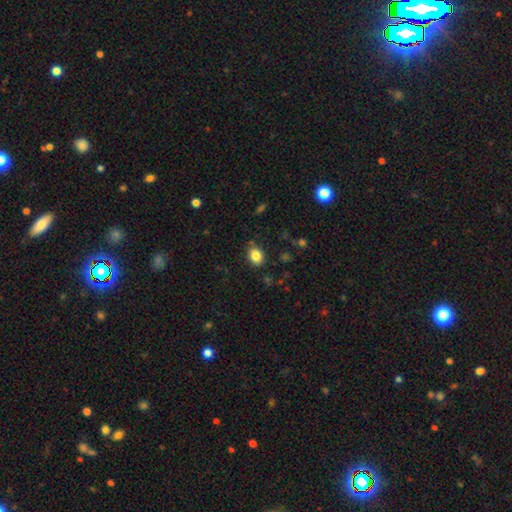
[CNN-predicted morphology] The model was most divided on "how rounded": in between: 61%, round: 38%, cigar-shaped: 1%. More confident: merging — none (85%); smooth or featured — smooth (84%).